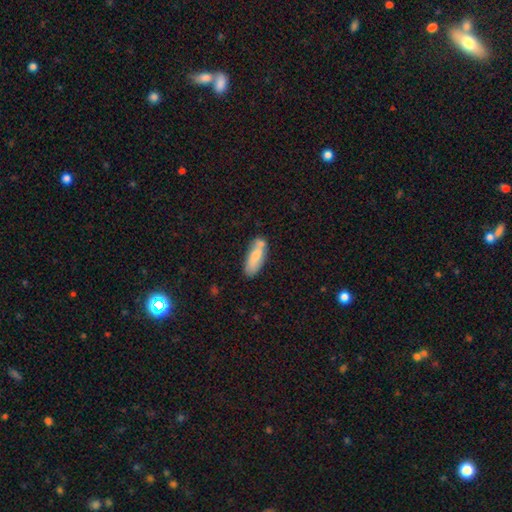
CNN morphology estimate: Smooth or featured?
  - smooth: 73% *
  - featured or disk: 20%
  - star or artifact: 7%
How rounded?
  - in between: 65% *
  - cigar-shaped: 33%
  - round: 2%
Merging?
  - none: 57% *
  - minor disturbance: 22%
  - merger: 16%
  - major disturbance: 5%